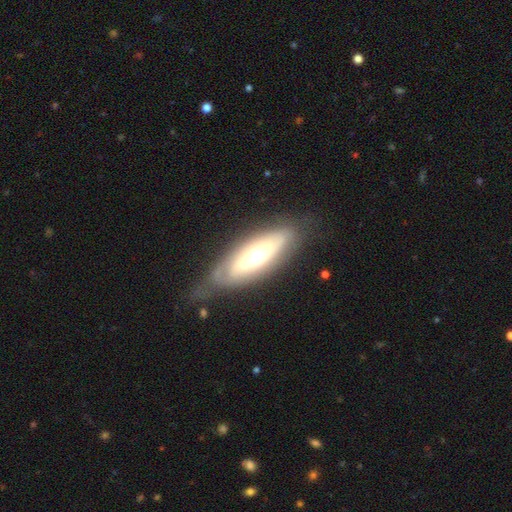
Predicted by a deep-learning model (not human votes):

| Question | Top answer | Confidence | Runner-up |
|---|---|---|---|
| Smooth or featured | featured or disk | 57% | smooth (36%) |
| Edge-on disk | no | 66% | yes (34%) |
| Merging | none | 61% | minor disturbance (26%) |